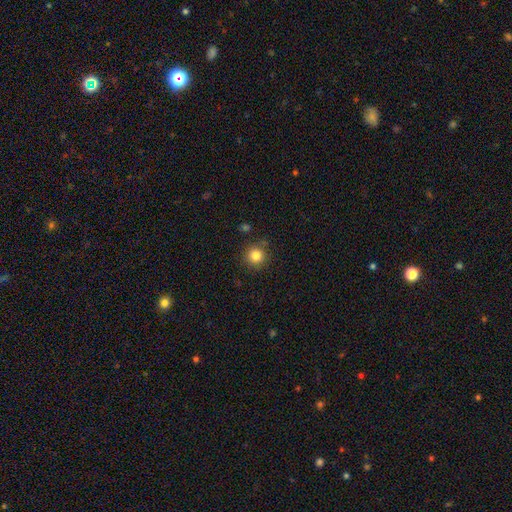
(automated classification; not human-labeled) Smooth or featured? smooth (84%)
How rounded? round (94%)
Merging? none (87%)